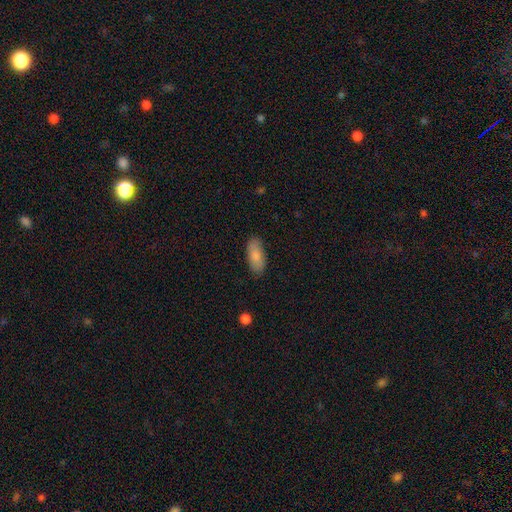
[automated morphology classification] type=smooth (84%); roundness=in between (81%); merging=none (84%).